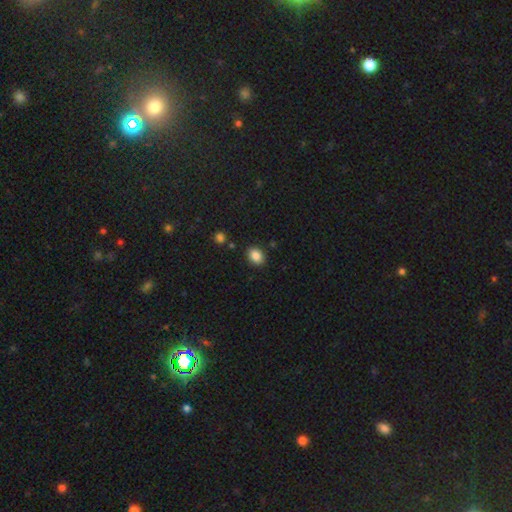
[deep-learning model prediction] The model was most divided on "how rounded": in between: 66%, round: 33%, cigar-shaped: 1%. More confident: merging — none (86%); smooth or featured — smooth (86%).